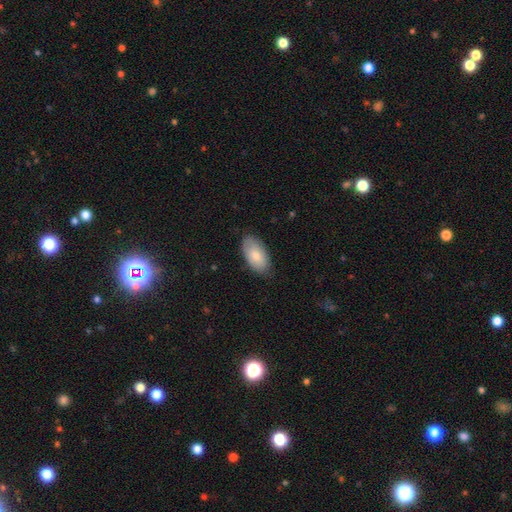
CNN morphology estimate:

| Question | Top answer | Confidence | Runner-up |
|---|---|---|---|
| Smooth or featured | smooth | 80% | featured or disk (14%) |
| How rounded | in between | 95% | round (3%) |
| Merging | none | 81% | minor disturbance (15%) |